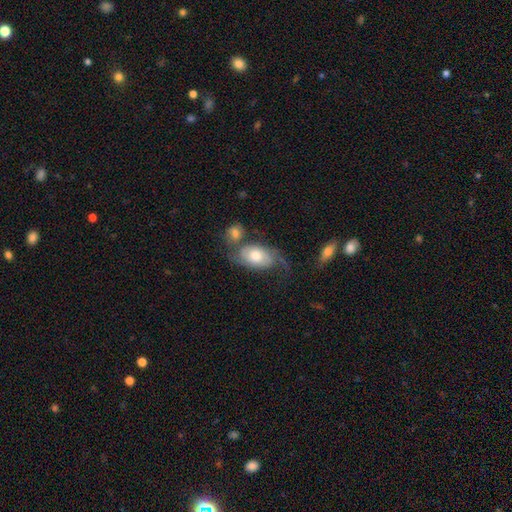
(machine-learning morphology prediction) Smooth or featured?
  - featured or disk: 54% *
  - smooth: 39%
  - star or artifact: 7%
Edge-on disk?
  - no: 94% *
  - yes: 6%
Bar?
  - no: 74% *
  - weak: 22%
  - strong: 4%
Spiral arms?
  - yes: 82% *
  - no: 18%
Bulge size?
  - moderate: 64% *
  - small: 16%
  - large: 15%
  - dominant: 2%
  - none: 2%
Merging?
  - none: 35% *
  - merger: 26%
  - minor disturbance: 20%
  - major disturbance: 19%